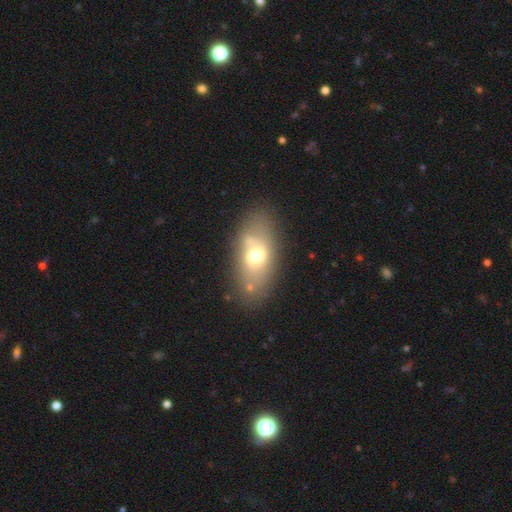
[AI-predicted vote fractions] Smooth or featured: smooth — 60% (featured or disk — 29%)
How rounded: in between — 85% (round — 11%)
Merging: none — 72% (minor disturbance — 15%)